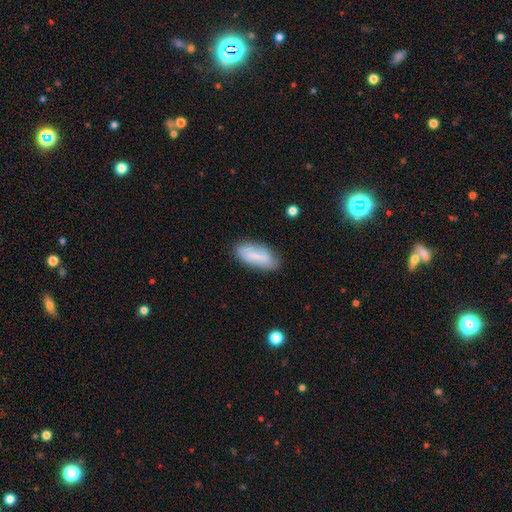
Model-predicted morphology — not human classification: smooth_or_featured: smooth (p=0.75) [alt: featured or disk p=0.18]
how_rounded: in between (p=0.83) [alt: cigar-shaped p=0.15]
merging: none (p=0.78) [alt: minor disturbance p=0.17]